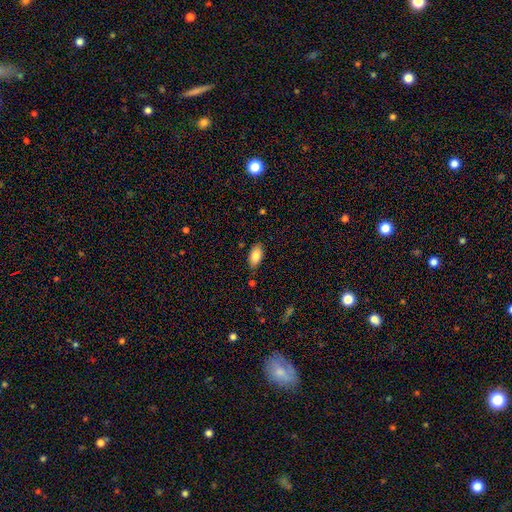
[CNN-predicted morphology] The model was most divided on "merging": none: 81%, minor disturbance: 14%, major disturbance: 3%, merger: 2%. More confident: how rounded — in between (92%); smooth or featured — smooth (86%).